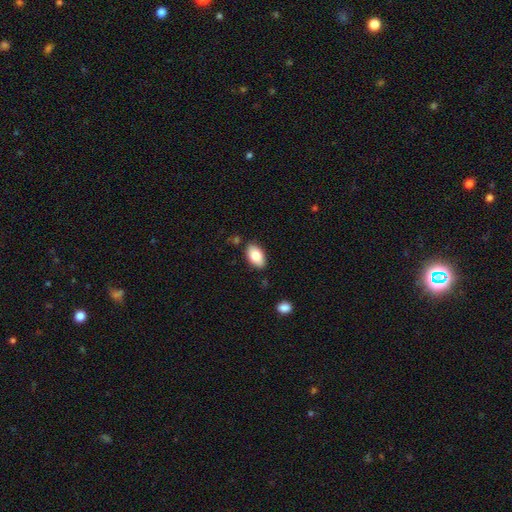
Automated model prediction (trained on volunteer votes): smooth-or-featured: smooth: 82% | featured or disk: 11% | star or artifact: 7%
  how-rounded: in between: 93% | round: 5% | cigar-shaped: 2%
  merging: none: 84% | minor disturbance: 11% | merger: 3% | major disturbance: 2%